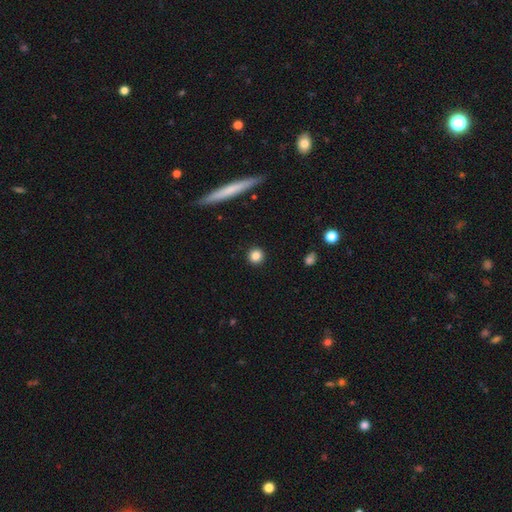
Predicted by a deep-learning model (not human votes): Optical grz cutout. It shows a smooth galaxy with no disk features (85%) that is round (93%). Merging: none (92%).